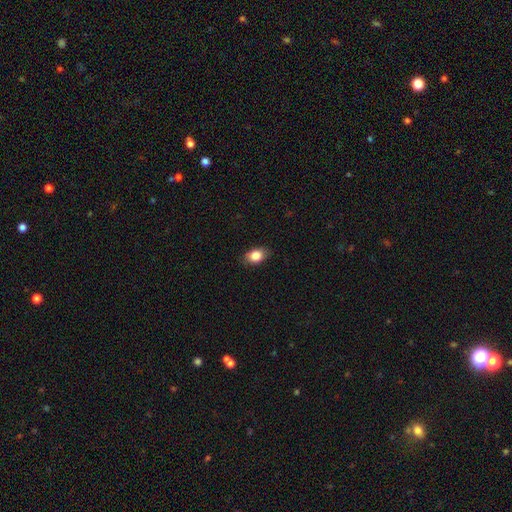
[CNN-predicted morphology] Smooth or featured? smooth (84%)
How rounded? in between (78%)
Merging? none (85%)